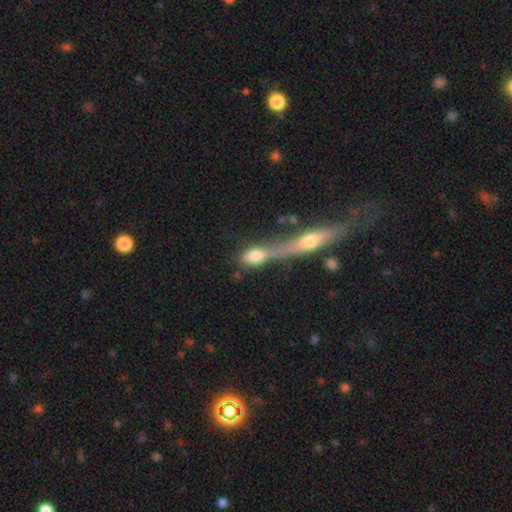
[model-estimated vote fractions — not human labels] This is likely a smooth galaxy (68%). How rounded: likely in between (65%). Merging: possibly merger (51%).